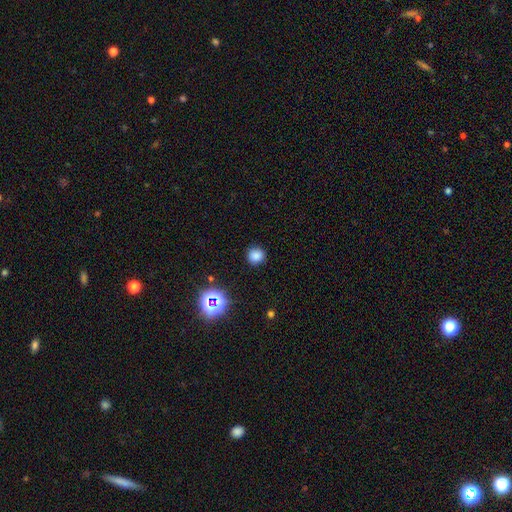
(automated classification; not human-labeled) Smooth or featured? smooth (79%)
How rounded? round (91%)
Merging? none (89%)